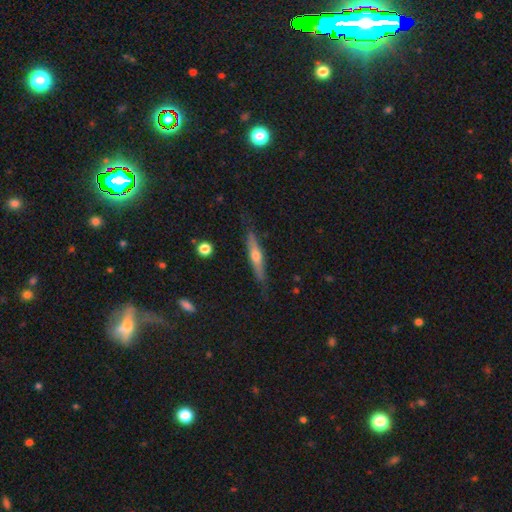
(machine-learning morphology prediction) This appears to be a featured or disk galaxy (58%) viewed edge-on (92%) with a rounded central bulge (85%). Merging: none (79%).